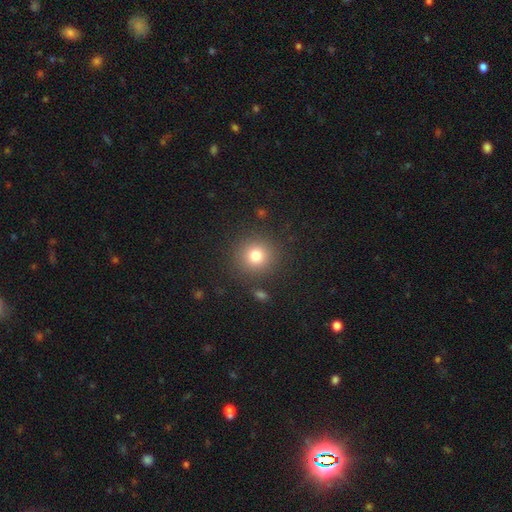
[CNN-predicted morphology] smooth 79%, star or artifact 13%, featured or disk 8%. Down the decision tree: how rounded — round (93%); merging — none (88%).